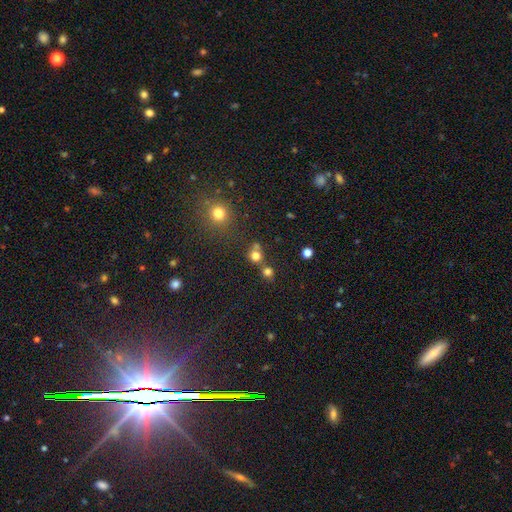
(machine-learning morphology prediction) Smooth or featured? smooth (75%)
How rounded? round (88%)
Merging? none (60%)